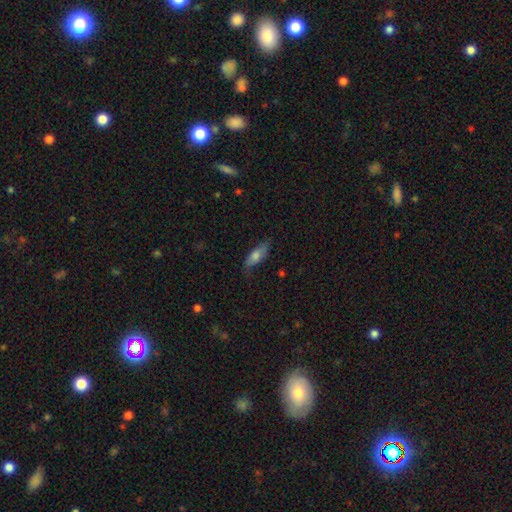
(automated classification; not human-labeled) Overall: smooth (67%). How rounded: in between (59%; cigar-shaped 38%). Merging: none (70%).